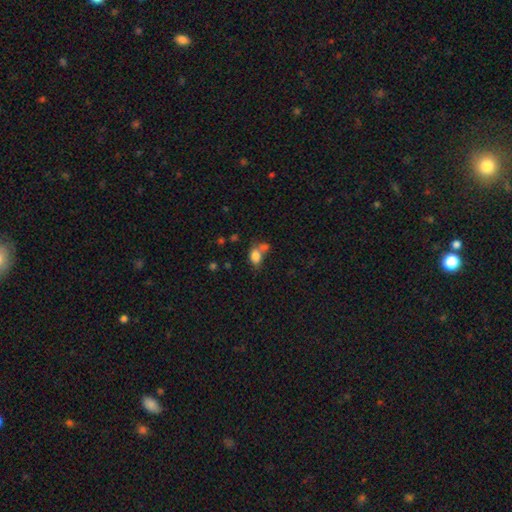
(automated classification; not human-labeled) Smooth or featured?
  - smooth: 80% *
  - star or artifact: 11%
  - featured or disk: 9%
How rounded?
  - in between: 72% *
  - round: 26%
  - cigar-shaped: 2%
Merging?
  - merger: 40% *
  - none: 36%
  - minor disturbance: 15%
  - major disturbance: 9%